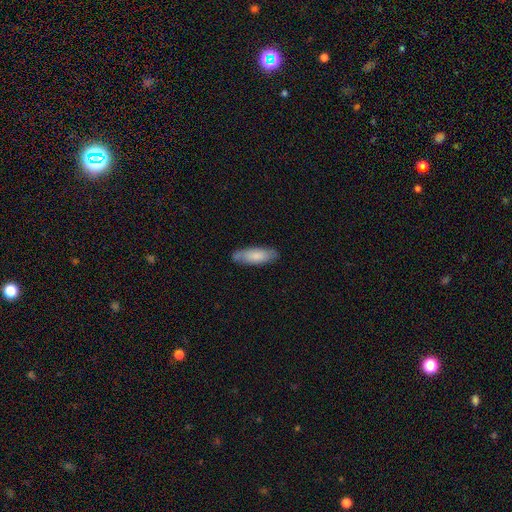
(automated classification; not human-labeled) This is likely a smooth galaxy (76%). How rounded: likely in between (61%). Merging: likely none (78%).